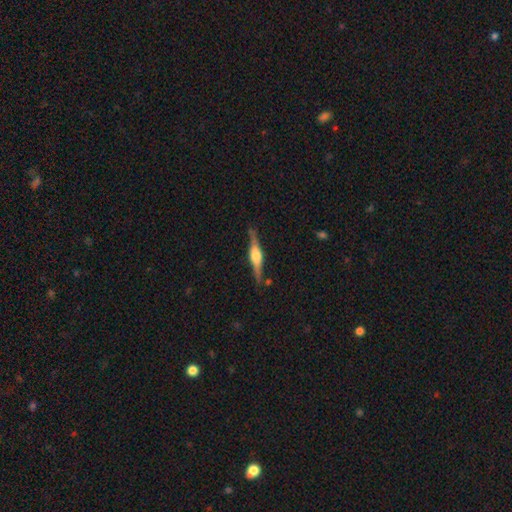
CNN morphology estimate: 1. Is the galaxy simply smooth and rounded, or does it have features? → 78% featured or disk, 17% smooth, 6% star or artifact.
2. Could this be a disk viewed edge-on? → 97% yes, 3% no.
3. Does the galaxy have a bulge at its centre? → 83% rounded, 15% boxy, 2% none.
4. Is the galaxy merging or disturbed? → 85% none, 11% minor disturbance, 2% major disturbance, 2% merger.